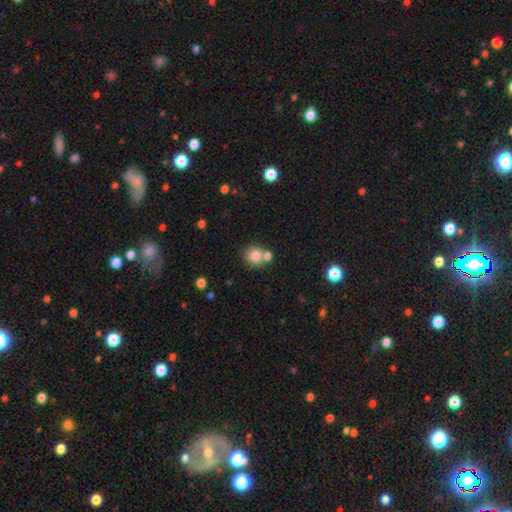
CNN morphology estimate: Q: Smooth or featured?
A: smooth (80%); runner-up: star or artifact (10%)
Q: How rounded?
A: round (84%); runner-up: in between (15%)
Q: Merging?
A: none (56%); runner-up: merger (32%)